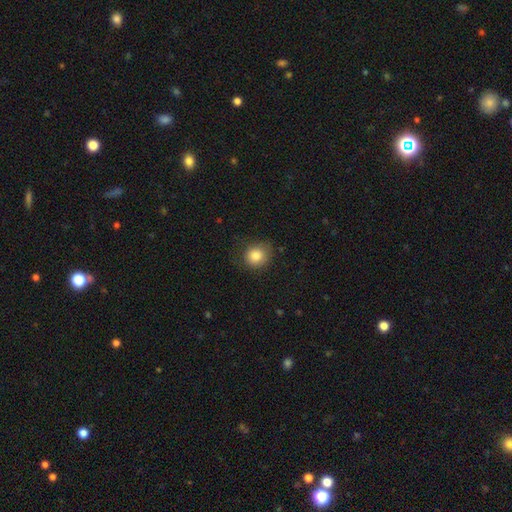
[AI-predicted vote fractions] smooth-or-featured: smooth: 84% | star or artifact: 10% | featured or disk: 7%
  how-rounded: round: 84% | in between: 15% | cigar-shaped: 1%
  merging: none: 77% | minor disturbance: 17% | major disturbance: 5% | merger: 1%